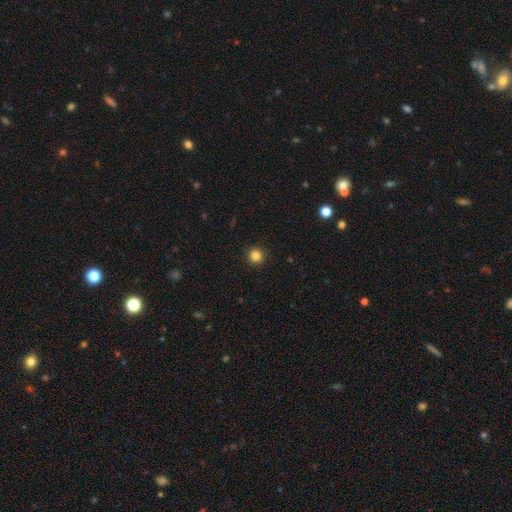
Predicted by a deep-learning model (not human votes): Smooth or featured? Predicted: smooth (p=0.85). How rounded? Predicted: round (p=0.94). Merging? Predicted: none (p=0.93).